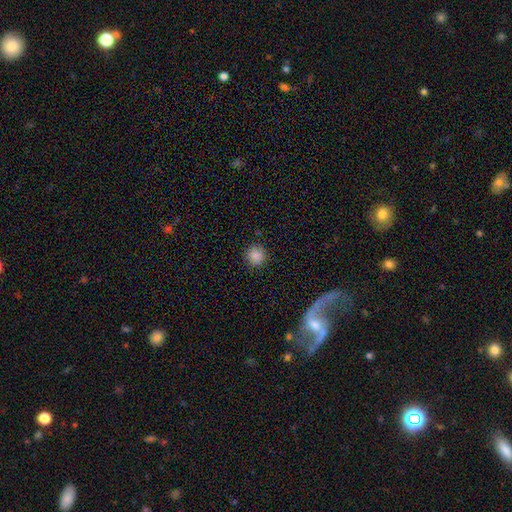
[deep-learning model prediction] smooth 85%, star or artifact 10%, featured or disk 5%. Down the decision tree: how rounded — round (94%); merging — none (90%).